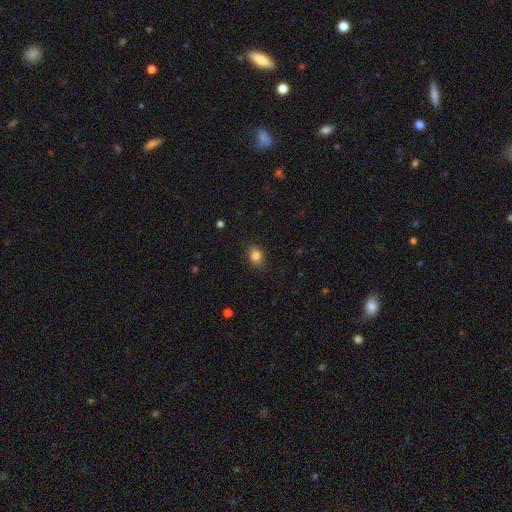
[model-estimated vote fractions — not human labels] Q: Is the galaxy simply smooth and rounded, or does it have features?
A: smooth — 85%.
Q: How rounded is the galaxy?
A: in between — 54%.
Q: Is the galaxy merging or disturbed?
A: none — 84%.